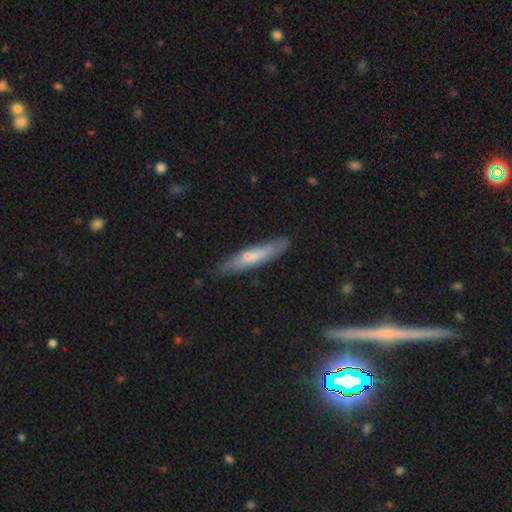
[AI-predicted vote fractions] A smooth galaxy with no disk features (51%) that is cigar-shaped (89%).

Vote fractions:
- Smooth or featured? smooth: 51% / featured or disk: 42% / star or artifact: 7%
- How rounded? cigar-shaped: 89% / in between: 9% / round: 2%
- Merging? none: 82% / minor disturbance: 14% / major disturbance: 3% / merger: 2%